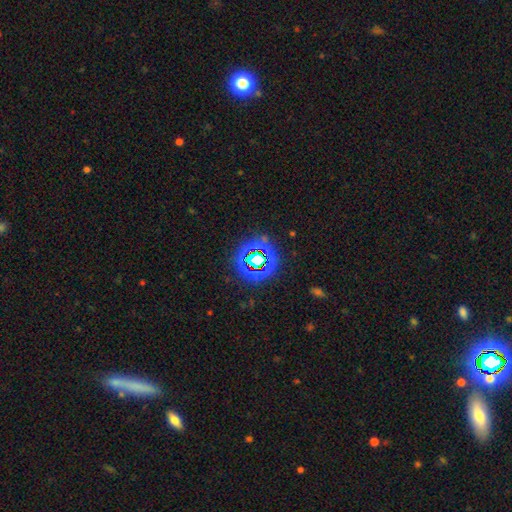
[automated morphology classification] Overall: star or artifact (75%).